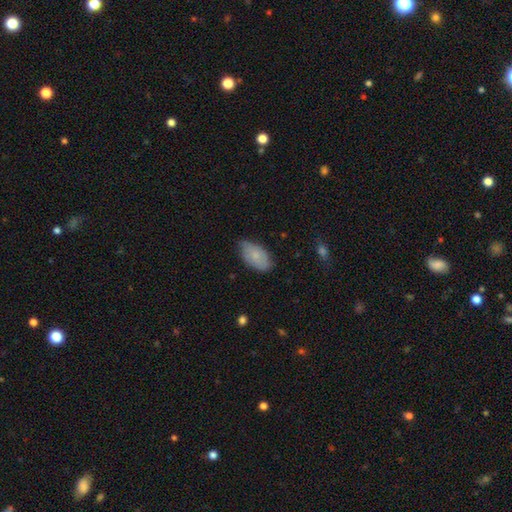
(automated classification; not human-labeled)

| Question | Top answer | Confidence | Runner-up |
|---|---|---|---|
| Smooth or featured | smooth | 75% | featured or disk (19%) |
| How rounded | in between | 94% | round (4%) |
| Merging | none | 67% | minor disturbance (28%) |